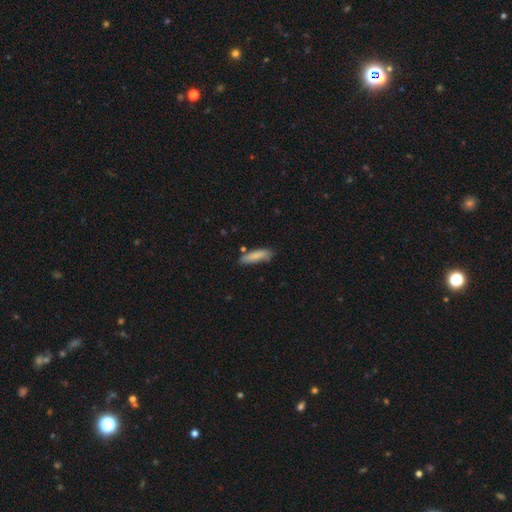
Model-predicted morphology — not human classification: smooth 84%, featured or disk 10%, star or artifact 6%. Down the decision tree: how rounded — cigar-shaped (63%); merging — none (74%).